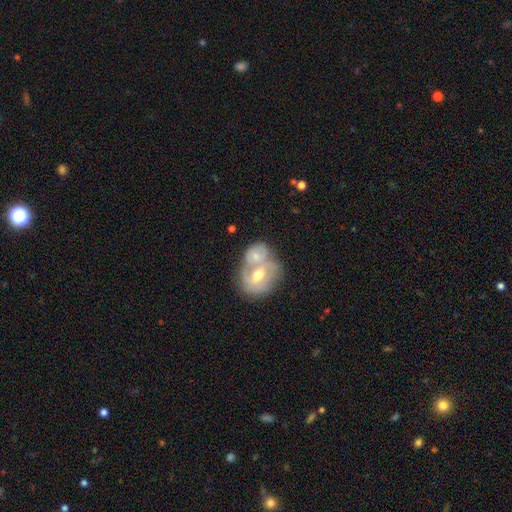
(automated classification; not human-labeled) smooth_or_featured: featured or disk (p=0.50) [alt: smooth p=0.43]
disk_edge_on: no (p=0.96) [alt: yes p=0.04]
merging: merger (p=0.68) [alt: none p=0.20]